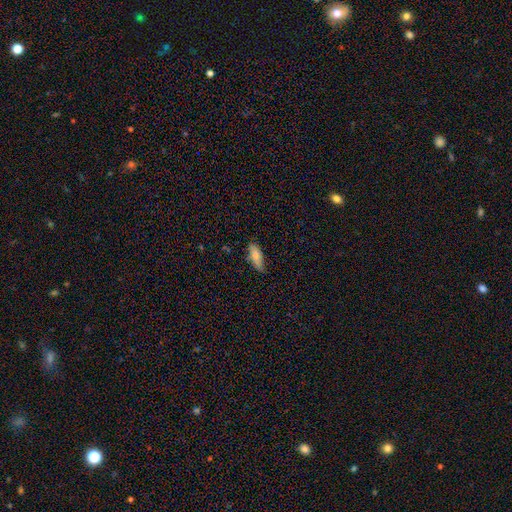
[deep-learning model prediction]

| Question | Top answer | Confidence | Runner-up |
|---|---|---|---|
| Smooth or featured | smooth | 81% | featured or disk (12%) |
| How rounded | in between | 66% | cigar-shaped (32%) |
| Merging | none | 76% | minor disturbance (19%) |